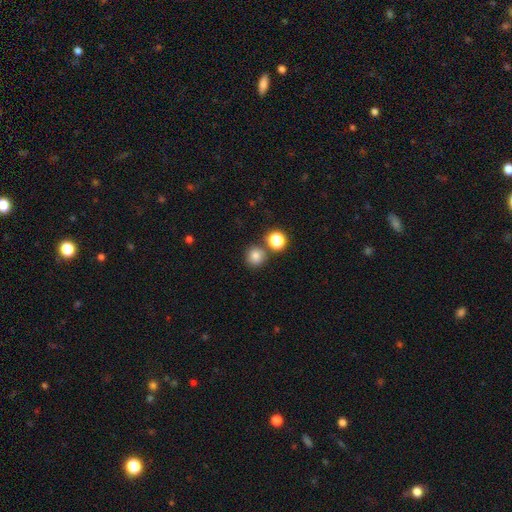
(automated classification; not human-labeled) This appears to be a smooth galaxy with no disk features (79%) that is round (89%). Merging: none (77%).